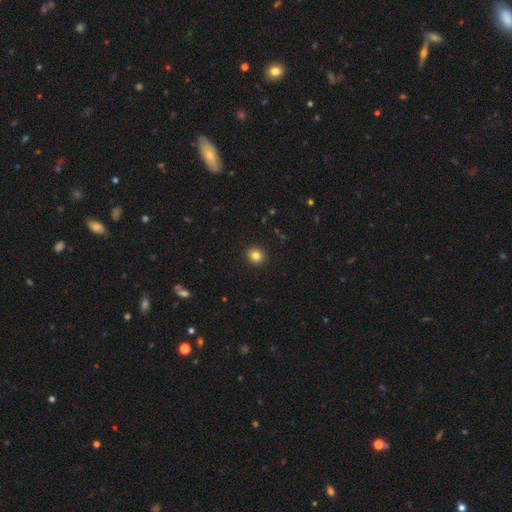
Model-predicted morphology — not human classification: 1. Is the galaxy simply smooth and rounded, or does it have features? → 83% smooth, 11% star or artifact, 6% featured or disk.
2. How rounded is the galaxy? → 83% round, 16% in between, 1% cigar-shaped.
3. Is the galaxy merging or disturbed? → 92% none, 5% minor disturbance, 2% major disturbance, 1% merger.